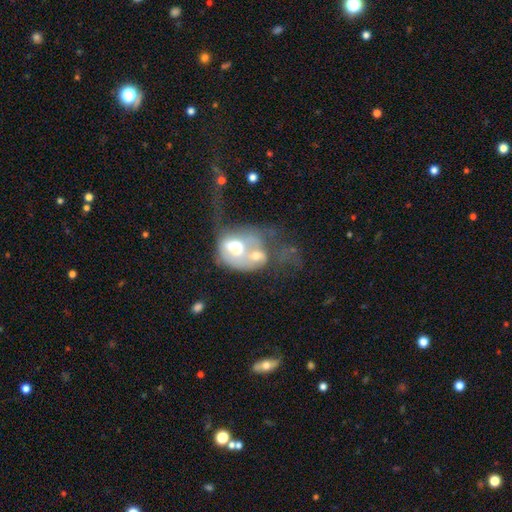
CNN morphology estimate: smooth_or_featured: featured or disk (p=0.53) [alt: smooth p=0.37]
disk_edge_on: no (p=0.96) [alt: yes p=0.04]
bar: no (p=0.80) [alt: weak p=0.15]
has_spiral_arms: no (p=0.80) [alt: yes p=0.20]
bulge_size: moderate (p=0.47) [alt: large p=0.29]
merging: merger (p=0.63) [alt: major disturbance p=0.24]